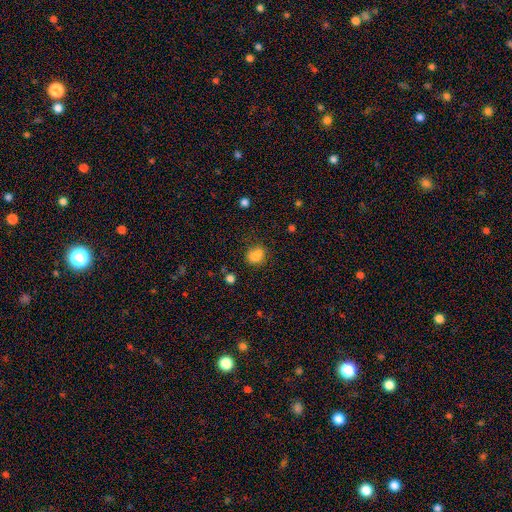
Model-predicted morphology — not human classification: Smooth or featured: smooth — 77% (star or artifact — 12%)
How rounded: round — 63% (in between — 36%)
Merging: none — 51% (merger — 25%)